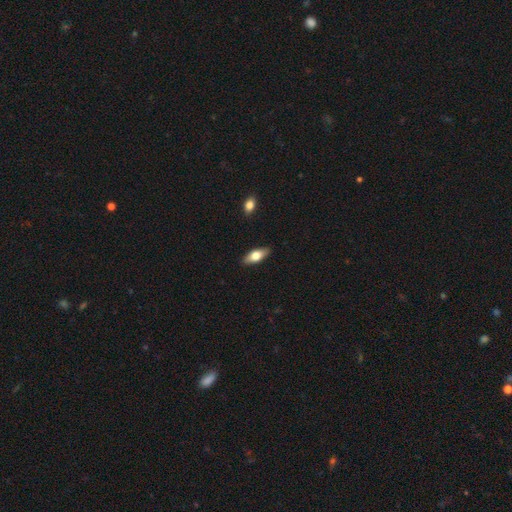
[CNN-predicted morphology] A smooth galaxy with no disk features (66%) that is in between round and cigar-shaped (77%).

Vote fractions:
- Smooth or featured? smooth: 66% / featured or disk: 28% / star or artifact: 6%
- How rounded? in between: 77% / cigar-shaped: 20% / round: 3%
- Merging? none: 88% / minor disturbance: 9% / major disturbance: 2% / merger: 1%